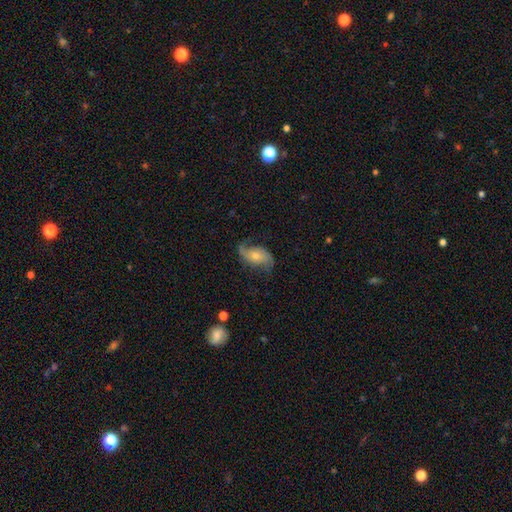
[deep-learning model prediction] Smooth or featured: featured or disk — 75% (smooth — 19%)
Edge-on disk: no — 96% (yes — 4%)
Bar: no — 59% (weak — 32%)
Spiral arms: yes — 93% (no — 7%)
Spiral winding: loose — 67% (medium — 25%)
Spiral arm count: 2 — 89% (1 — 4%)
Bulge size: moderate — 46% (small — 43%)
Merging: none — 67% (minor disturbance — 20%)